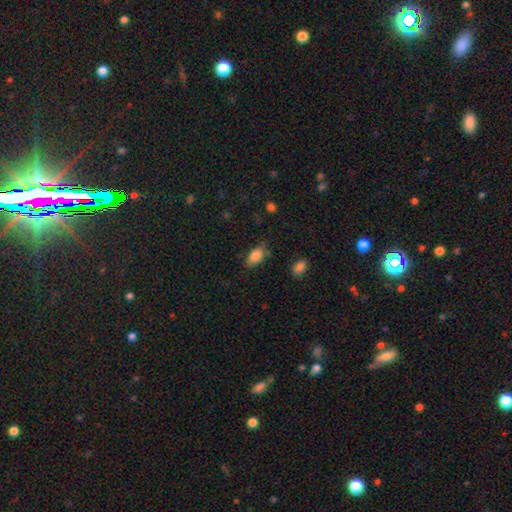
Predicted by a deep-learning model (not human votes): Smooth or featured? Predicted: smooth (p=0.83). How rounded? Predicted: in between (p=0.90). Merging? Predicted: none (p=0.69).